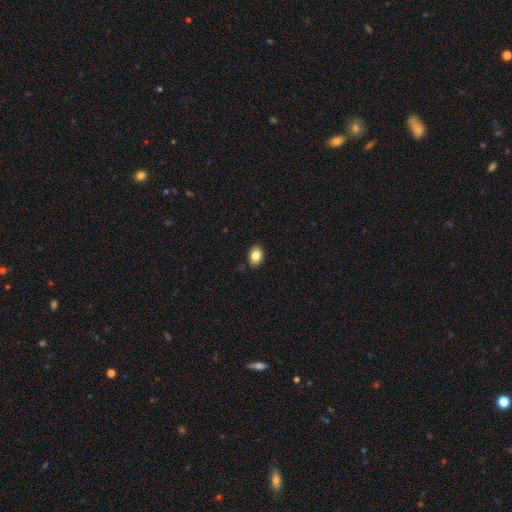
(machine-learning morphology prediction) Smooth or featured? Predicted: smooth (p=0.83). How rounded? Predicted: in between (p=0.84). Merging? Predicted: none (p=0.89).